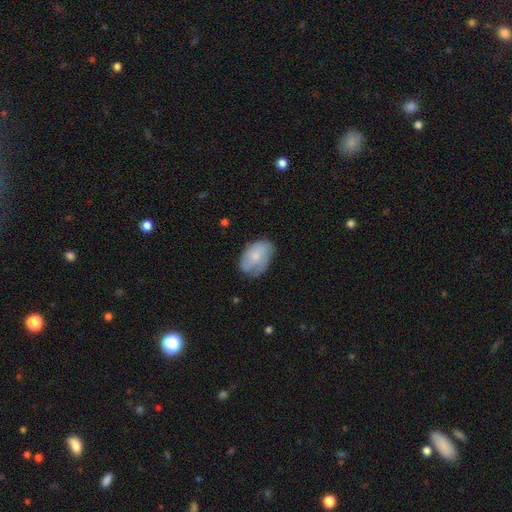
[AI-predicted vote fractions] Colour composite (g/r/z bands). It shows a smooth galaxy with no disk features (59%) that is in between round and cigar-shaped (86%). Merging: none (57%).